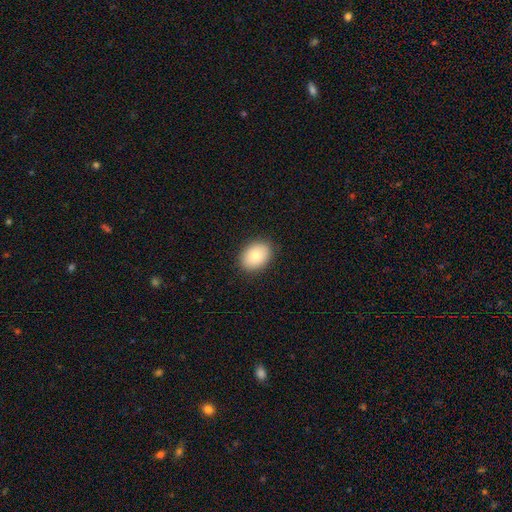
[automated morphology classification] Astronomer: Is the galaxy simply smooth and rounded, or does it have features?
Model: smooth — 82%.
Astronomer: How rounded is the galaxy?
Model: in between — 69%.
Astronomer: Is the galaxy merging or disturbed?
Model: none — 88%.